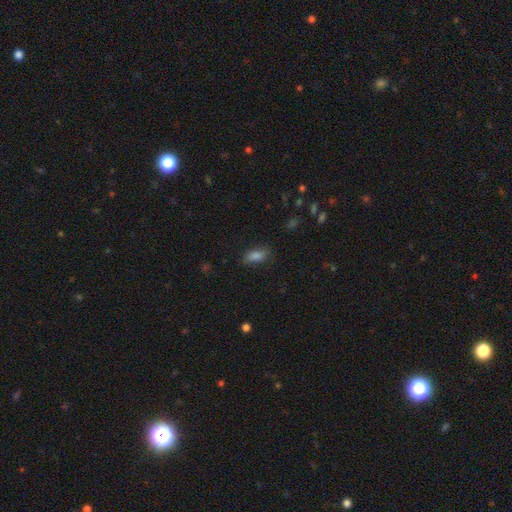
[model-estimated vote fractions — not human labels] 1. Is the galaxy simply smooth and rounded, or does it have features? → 83% smooth, 11% star or artifact, 7% featured or disk.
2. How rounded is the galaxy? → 85% in between, 11% cigar-shaped, 4% round.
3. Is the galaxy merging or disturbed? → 81% none, 14% minor disturbance, 4% major disturbance, 1% merger.